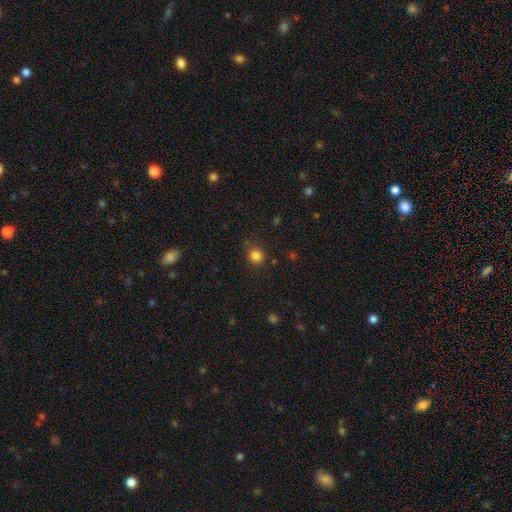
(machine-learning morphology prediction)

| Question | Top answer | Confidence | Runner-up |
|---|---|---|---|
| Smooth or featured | smooth | 83% | star or artifact (13%) |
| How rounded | round | 88% | in between (11%) |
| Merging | none | 81% | minor disturbance (13%) |